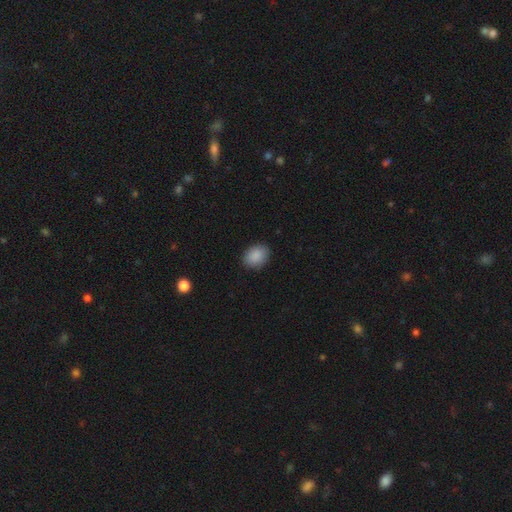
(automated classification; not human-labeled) Q: Smooth or featured?
A: smooth (89%); runner-up: star or artifact (8%)
Q: How rounded?
A: in between (70%); runner-up: round (29%)
Q: Merging?
A: none (87%); runner-up: minor disturbance (10%)